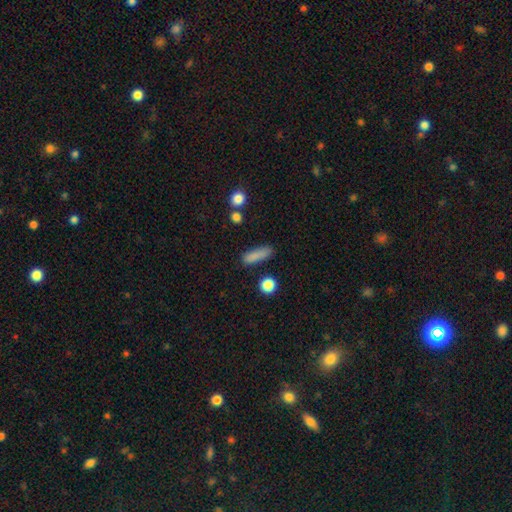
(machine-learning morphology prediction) Smooth or featured? Predicted: smooth (p=0.83). How rounded? Predicted: cigar-shaped (p=0.60). Merging? Predicted: none (p=0.76).